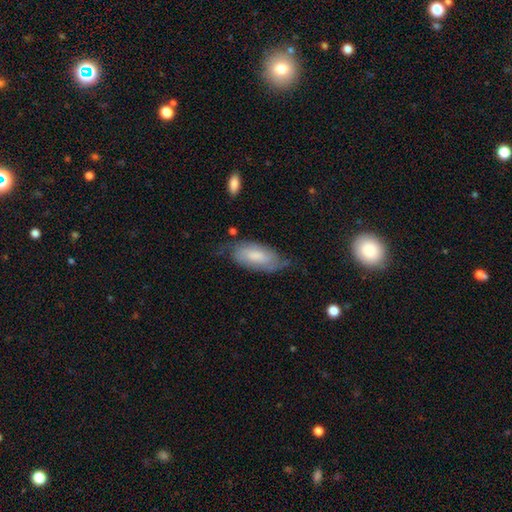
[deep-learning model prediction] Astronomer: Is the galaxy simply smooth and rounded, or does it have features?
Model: smooth — 53% (runner-up: featured or disk, 40%).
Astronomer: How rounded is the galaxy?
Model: in between — 85%.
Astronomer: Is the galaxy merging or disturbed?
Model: none — 59%.